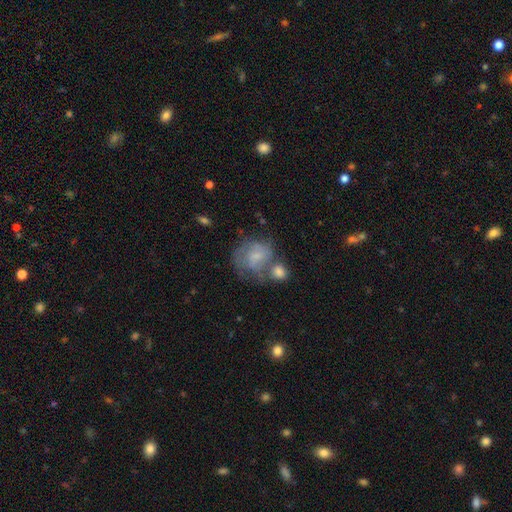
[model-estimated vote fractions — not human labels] This is possibly a featured or disk galaxy (51%). It is clearly not viewed edge-on (98%). Bar: likely no (61%). Spiral arm pattern: likely yes (70%). Central bulge: possibly small (53%). Merging: marginally none (36%).